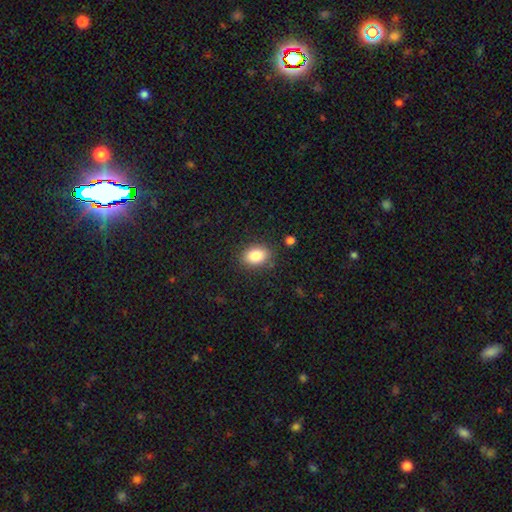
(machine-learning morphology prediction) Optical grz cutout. It shows a smooth galaxy with no disk features (85%) that is in between round and cigar-shaped (75%). Merging: none (84%).